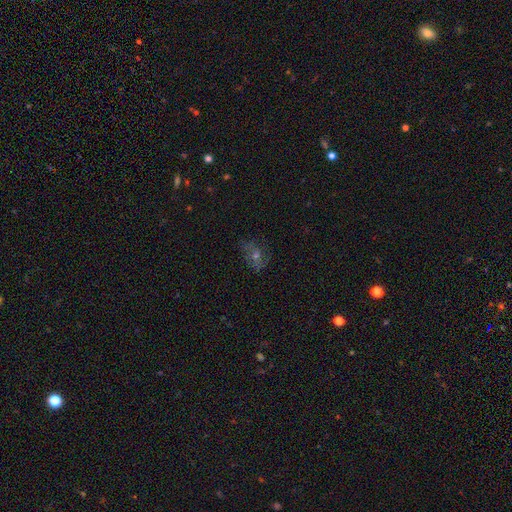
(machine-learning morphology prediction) Q: Smooth or featured?
A: featured or disk (42%); runner-up: smooth (32%)
Q: Merging?
A: none (71%); runner-up: minor disturbance (19%)